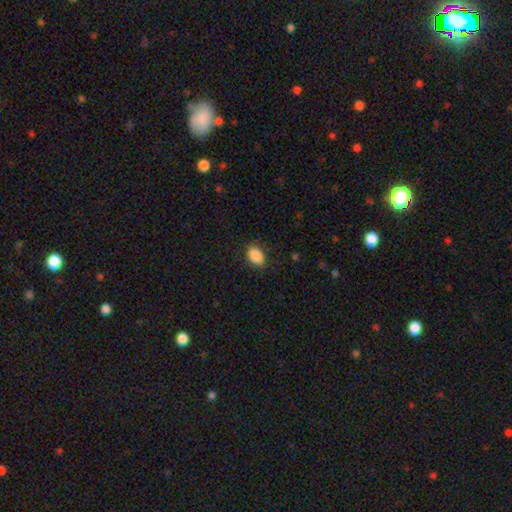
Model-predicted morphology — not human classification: Smooth or featured?
  - smooth: 89% *
  - star or artifact: 7%
  - featured or disk: 4%
How rounded?
  - in between: 85% *
  - round: 14%
  - cigar-shaped: 1%
Merging?
  - none: 86% *
  - minor disturbance: 10%
  - major disturbance: 3%
  - merger: 1%